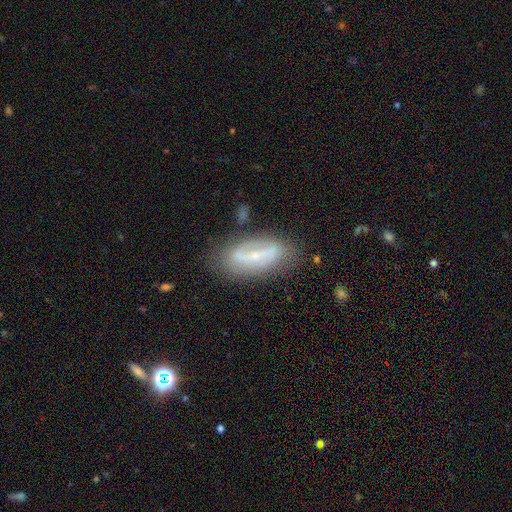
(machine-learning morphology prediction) Overall: featured or disk (66%). Edge-on disk: no (83%). Bar: strong (52%; weak 31%). Spiral arms: yes (61%; no 39%). Bulge size: small (71%). Merging: none (74%).